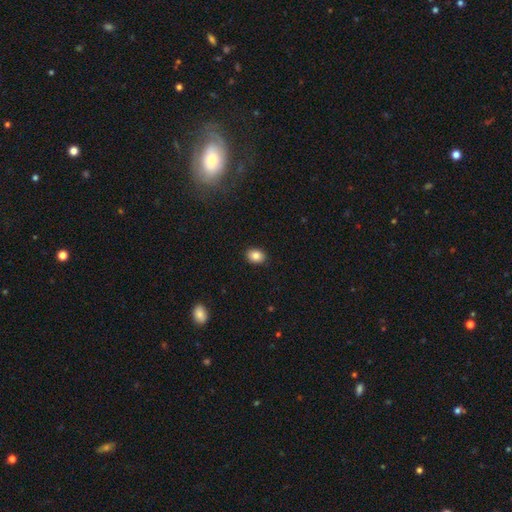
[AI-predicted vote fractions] A smooth galaxy with no disk features (85%) that is in between round and cigar-shaped (65%).

Vote fractions:
- Smooth or featured? smooth: 85% / star or artifact: 9% / featured or disk: 6%
- How rounded? in between: 65% / round: 34% / cigar-shaped: 1%
- Merging? none: 90% / minor disturbance: 8% / major disturbance: 2% / merger: 1%